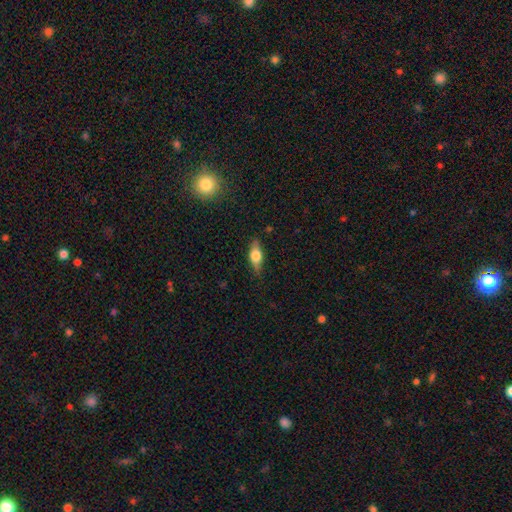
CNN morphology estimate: A smooth galaxy with no disk features (56%) that is in between round and cigar-shaped (67%). Merging: none (80%).